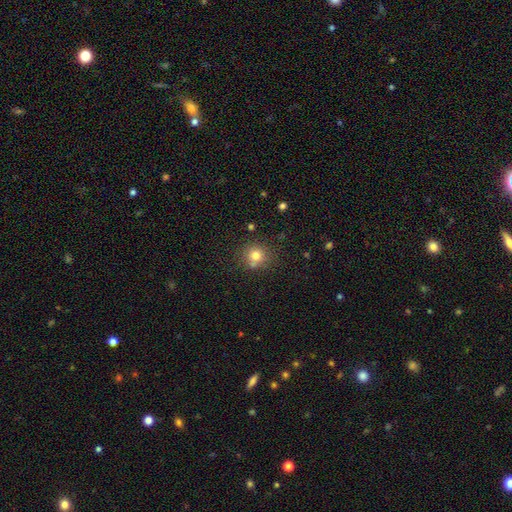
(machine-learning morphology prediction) Q: Smooth or featured?
A: smooth (76%); runner-up: star or artifact (14%)
Q: How rounded?
A: round (89%); runner-up: in between (10%)
Q: Merging?
A: none (72%); runner-up: merger (13%)